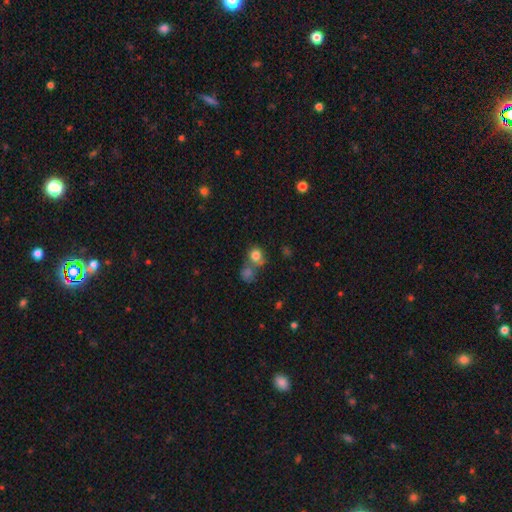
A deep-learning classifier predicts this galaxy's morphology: The model was most divided on "merging": none: 49%, merger: 35%, minor disturbance: 11%, major disturbance: 5%. More confident: smooth or featured — smooth (80%); how rounded — round (78%).